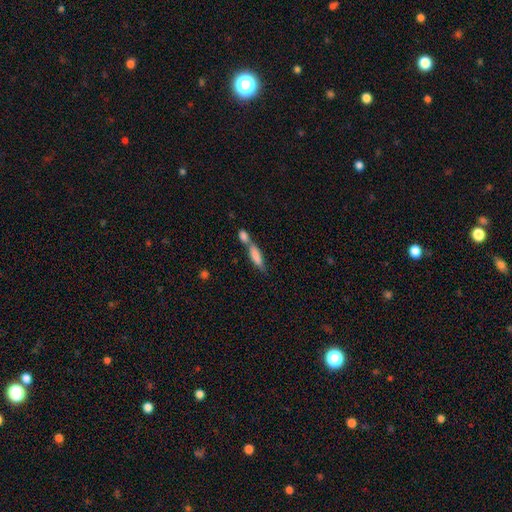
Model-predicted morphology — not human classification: smooth_or_featured: smooth (p=0.73) [alt: featured or disk p=0.20]
how_rounded: cigar-shaped (p=0.56) [alt: in between p=0.41]
merging: merger (p=0.63) [alt: none p=0.25]